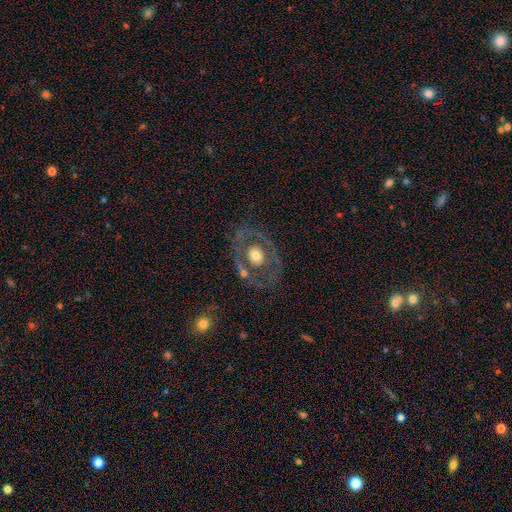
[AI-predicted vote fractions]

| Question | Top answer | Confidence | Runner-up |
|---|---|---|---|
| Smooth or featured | featured or disk | 57% | smooth (36%) |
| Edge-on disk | no | 94% | yes (6%) |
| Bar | no | 88% | weak (9%) |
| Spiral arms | no | 81% | yes (19%) |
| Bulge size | moderate | 59% | large (27%) |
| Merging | none | 69% | minor disturbance (15%) |